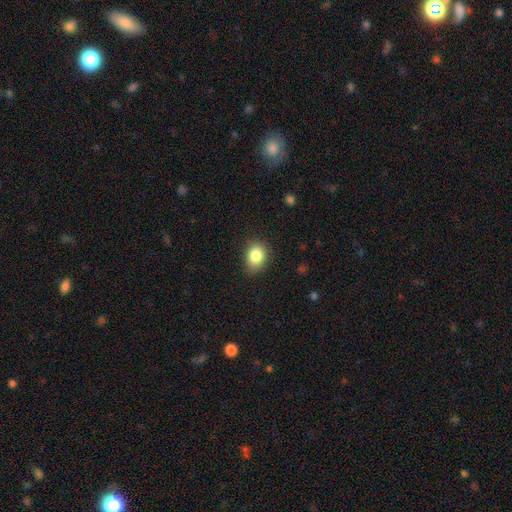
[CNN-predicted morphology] A smooth galaxy with no disk features (84%) that is in between round and cigar-shaped (59%). Merging: none (79%).